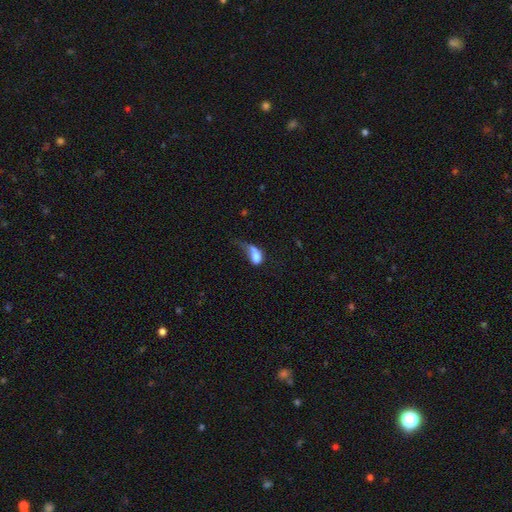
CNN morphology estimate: The model was most divided on "merging": major disturbance: 51%, minor disturbance: 18%, none: 16%, merger: 14%. More confident: how rounded — in between (80%); smooth or featured — smooth (66%).